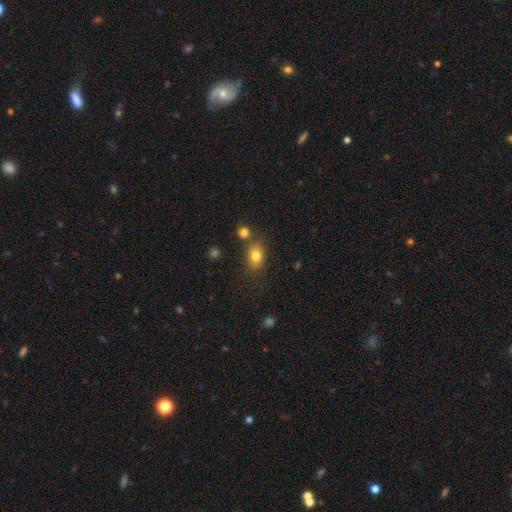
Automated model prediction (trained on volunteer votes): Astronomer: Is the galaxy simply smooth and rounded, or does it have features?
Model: smooth — 79%.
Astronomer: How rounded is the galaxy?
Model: in between — 66%.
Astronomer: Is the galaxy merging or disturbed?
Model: none — 69%.